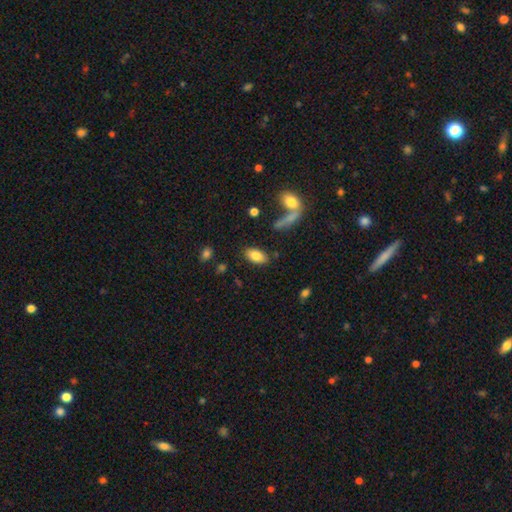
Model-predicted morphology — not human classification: Smooth or featured: smooth — 82% (featured or disk — 11%)
How rounded: in between — 92% (cigar-shaped — 5%)
Merging: none — 83% (minor disturbance — 10%)